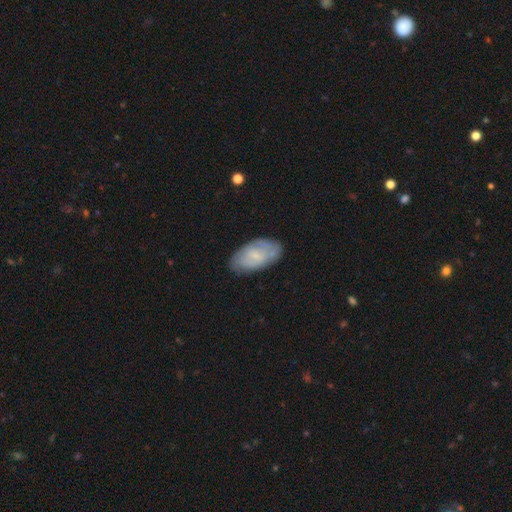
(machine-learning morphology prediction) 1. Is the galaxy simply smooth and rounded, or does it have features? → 56% smooth, 38% featured or disk, 6% star or artifact.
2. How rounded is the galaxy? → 94% in between, 3% cigar-shaped, 3% round.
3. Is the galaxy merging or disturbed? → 75% none, 19% minor disturbance, 4% major disturbance, 1% merger.